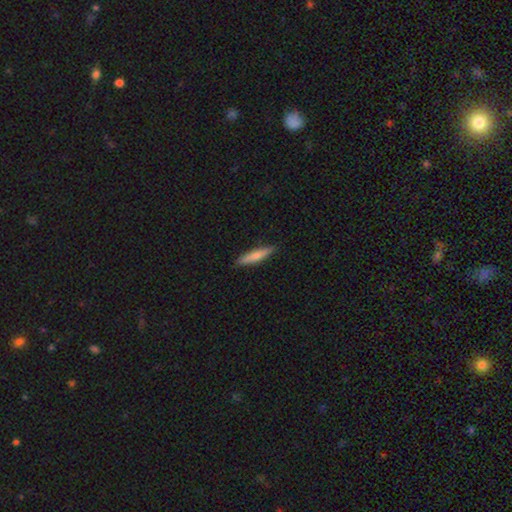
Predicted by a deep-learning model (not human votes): Smooth or featured? smooth (73%)
How rounded? cigar-shaped (87%)
Merging? none (89%)